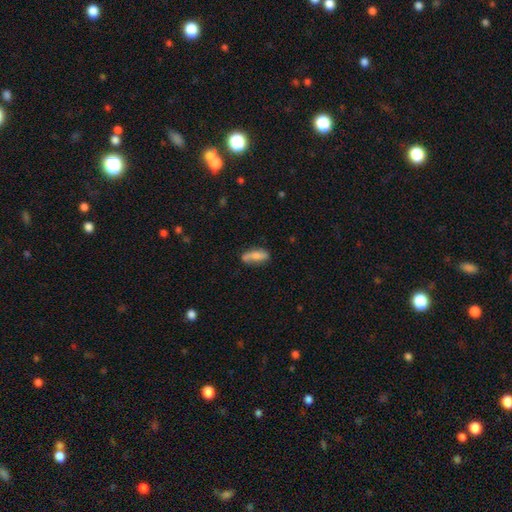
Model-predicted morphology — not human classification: Q: Smooth or featured?
A: smooth (71%); runner-up: featured or disk (22%)
Q: How rounded?
A: in between (69%); runner-up: cigar-shaped (28%)
Q: Merging?
A: none (58%); runner-up: minor disturbance (26%)